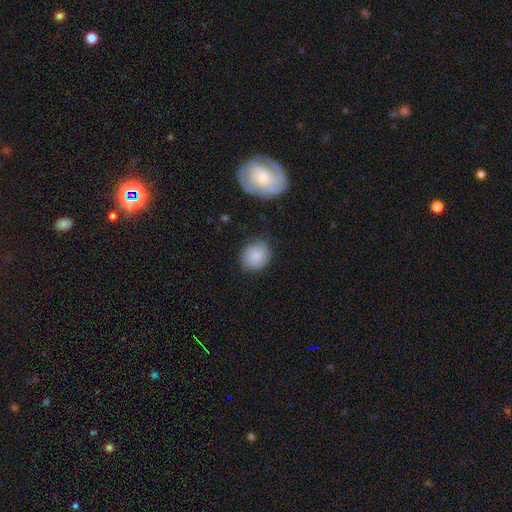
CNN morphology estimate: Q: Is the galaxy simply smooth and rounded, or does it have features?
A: smooth — 80%.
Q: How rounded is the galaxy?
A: round — 78%.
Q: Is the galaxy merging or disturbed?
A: none — 76%.